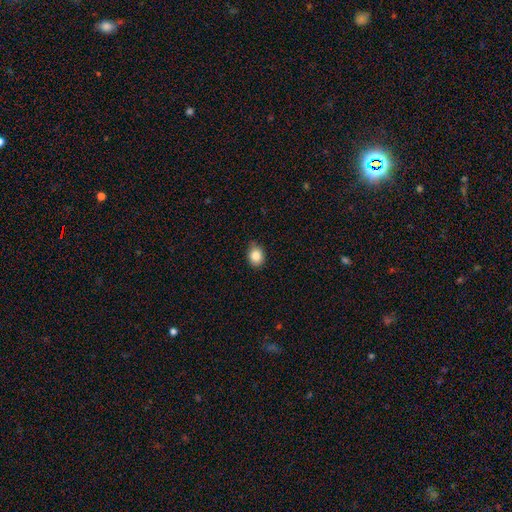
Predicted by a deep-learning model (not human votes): smooth_or_featured: smooth (p=0.85) [alt: star or artifact p=0.09]
how_rounded: round (p=0.50) [alt: in between p=0.49]
merging: none (p=0.78) [alt: minor disturbance p=0.18]